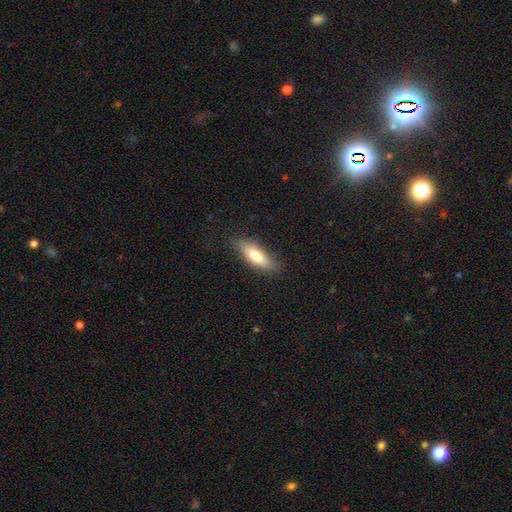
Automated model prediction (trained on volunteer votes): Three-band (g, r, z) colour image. It shows a smooth galaxy with no disk features (72%) that is in between round and cigar-shaped (52%). Merging: none (81%).